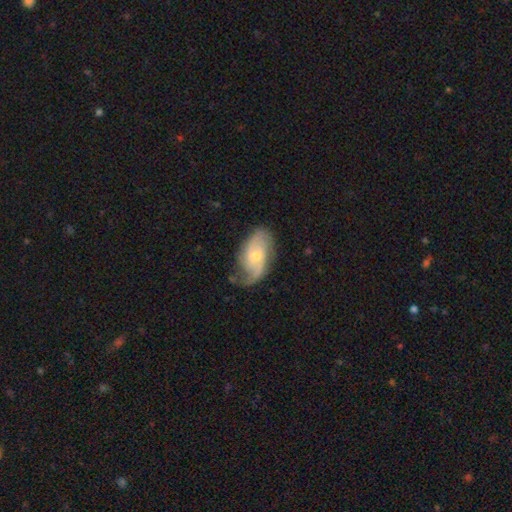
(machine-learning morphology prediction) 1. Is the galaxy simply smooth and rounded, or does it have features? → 76% featured or disk, 18% smooth, 6% star or artifact.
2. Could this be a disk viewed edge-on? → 96% no, 4% yes.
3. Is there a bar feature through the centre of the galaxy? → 60% no, 34% weak, 6% strong.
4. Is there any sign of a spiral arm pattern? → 93% yes, 7% no.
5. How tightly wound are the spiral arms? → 42% medium, 34% loose, 24% tight.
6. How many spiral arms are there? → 68% 2, 13% can't tell, 8% 1, 7% 3, 2% 4, 2% more than 4.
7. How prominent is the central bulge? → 57% small, 38% moderate, 2% none, 2% large, 1% dominant.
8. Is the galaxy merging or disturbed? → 64% none, 24% minor disturbance, 10% major disturbance, 2% merger.